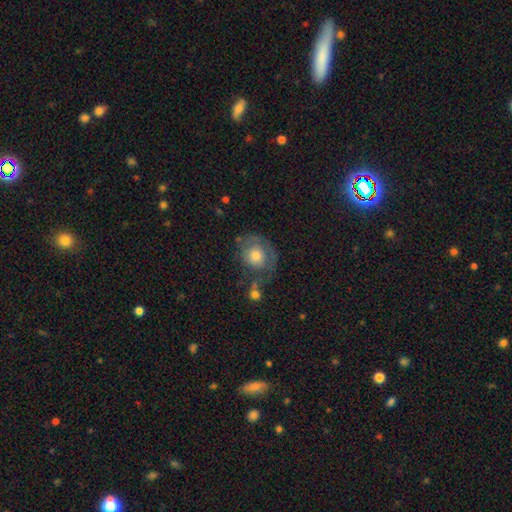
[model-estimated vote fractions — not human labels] A smooth galaxy with no disk features (55%) that is round (70%). Merging: none (50%).